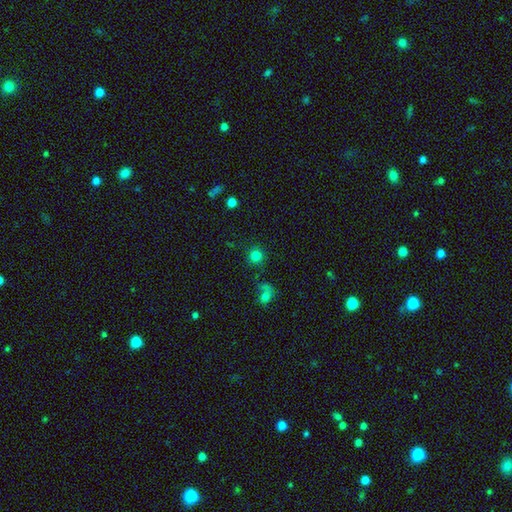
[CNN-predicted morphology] smooth-or-featured: smooth: 80% | star or artifact: 14% | featured or disk: 6%
  how-rounded: round: 93% | in between: 6% | cigar-shaped: 1%
  merging: none: 81% | minor disturbance: 8% | merger: 7% | major disturbance: 4%